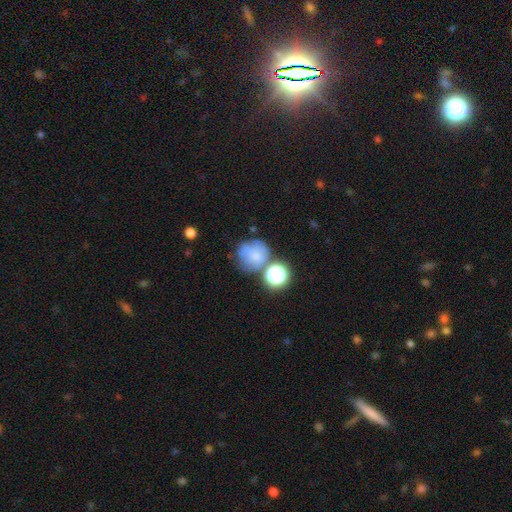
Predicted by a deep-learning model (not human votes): smooth 62%, featured or disk 22%, star or artifact 16%. Down the decision tree: how rounded — round (81%); merging — none (45%).